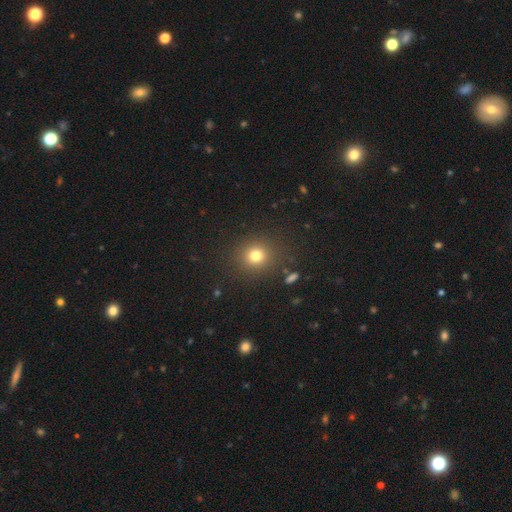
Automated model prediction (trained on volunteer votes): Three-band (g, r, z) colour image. It shows a smooth galaxy with no disk features (78%) that is round (86%). Merging: none (87%).